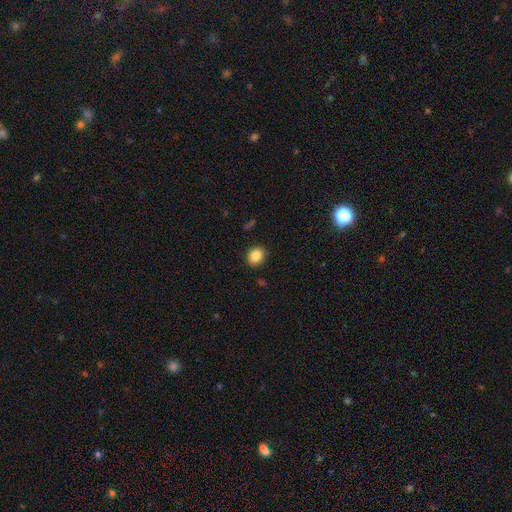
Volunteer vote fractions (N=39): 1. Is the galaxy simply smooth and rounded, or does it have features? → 87% smooth, 8% star or artifact, 5% featured or disk.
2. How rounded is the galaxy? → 74% round, 26% in between, 0% cigar-shaped.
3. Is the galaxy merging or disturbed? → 97% none, 3% major disturbance, 0% minor disturbance, 0% merger.